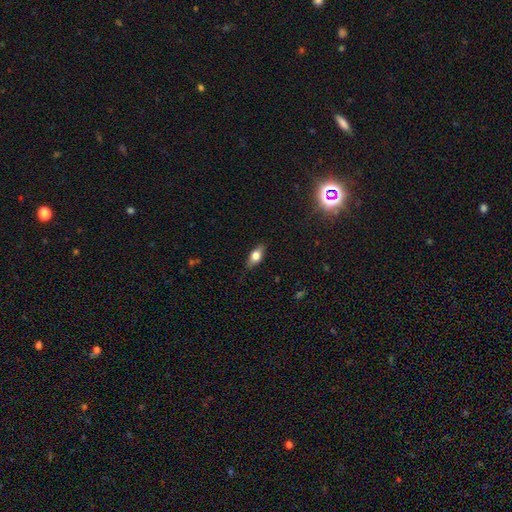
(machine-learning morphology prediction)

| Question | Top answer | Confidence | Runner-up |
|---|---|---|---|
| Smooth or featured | smooth | 67% | featured or disk (25%) |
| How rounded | in between | 78% | cigar-shaped (15%) |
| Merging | none | 83% | minor disturbance (13%) |